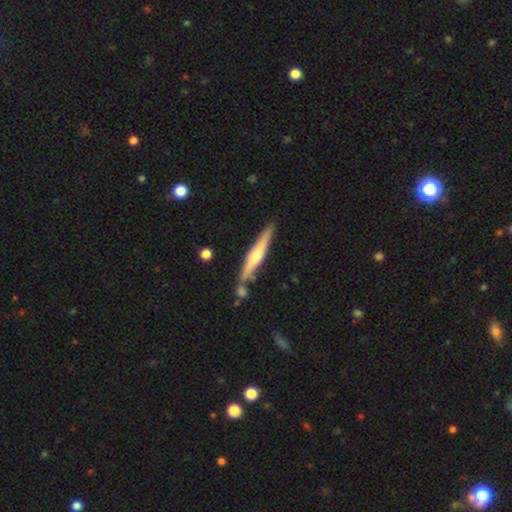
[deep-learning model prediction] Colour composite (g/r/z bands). It shows a featured or disk galaxy (55%) viewed edge-on (95%) with a rounded central bulge (78%). Merging: none (77%).